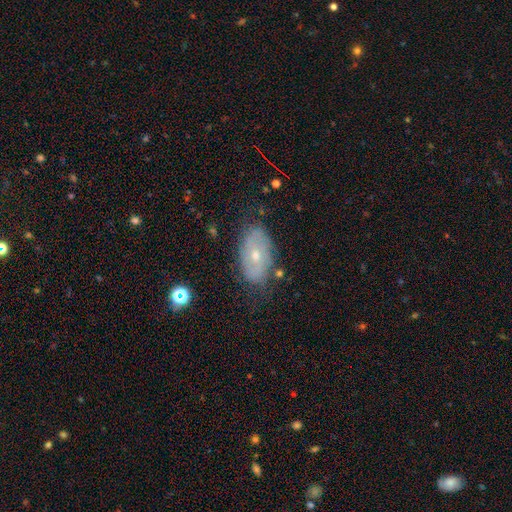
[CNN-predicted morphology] A featured or disk galaxy (54%).

Vote fractions:
- Smooth or featured? featured or disk: 54% / smooth: 36% / star or artifact: 9%
- Edge-on disk? no: 91% / yes: 9%
- Merging? none: 73% / minor disturbance: 20% / major disturbance: 5% / merger: 2%